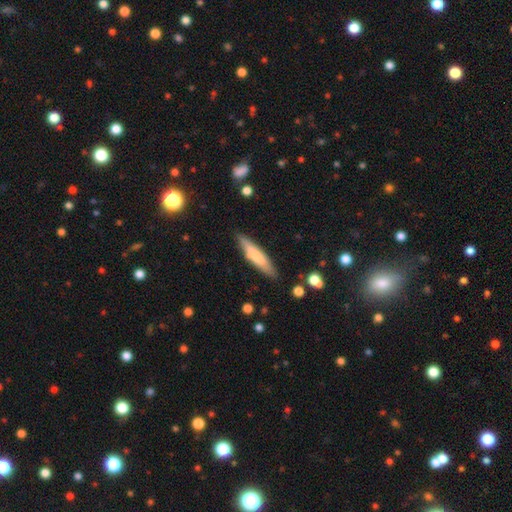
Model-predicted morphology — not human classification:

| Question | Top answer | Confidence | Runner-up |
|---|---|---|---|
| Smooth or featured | smooth | 68% | featured or disk (26%) |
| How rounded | cigar-shaped | 82% | in between (16%) |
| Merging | none | 81% | minor disturbance (13%) |